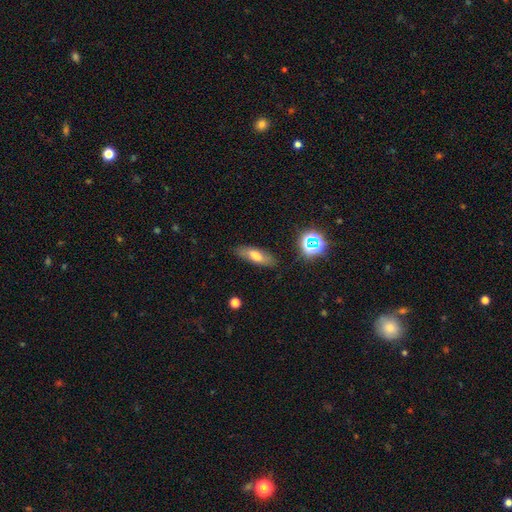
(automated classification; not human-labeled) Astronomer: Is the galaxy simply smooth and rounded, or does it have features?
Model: smooth — 63%.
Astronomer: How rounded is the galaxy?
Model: in between — 58% (runner-up: cigar-shaped, 38%).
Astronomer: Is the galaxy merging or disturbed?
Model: none — 82%.